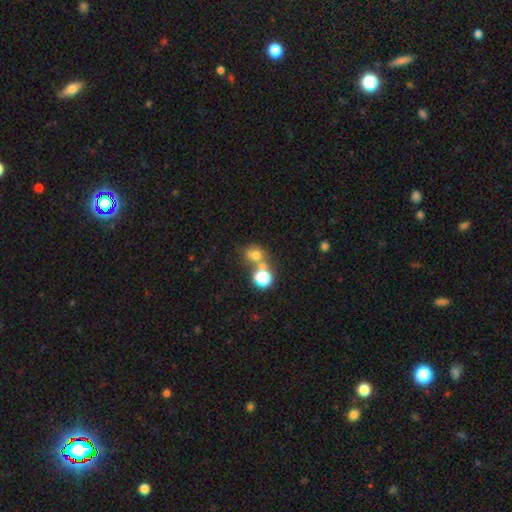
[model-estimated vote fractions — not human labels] A smooth galaxy with no disk features (65%) that is round (67%). Merging: none (45%).